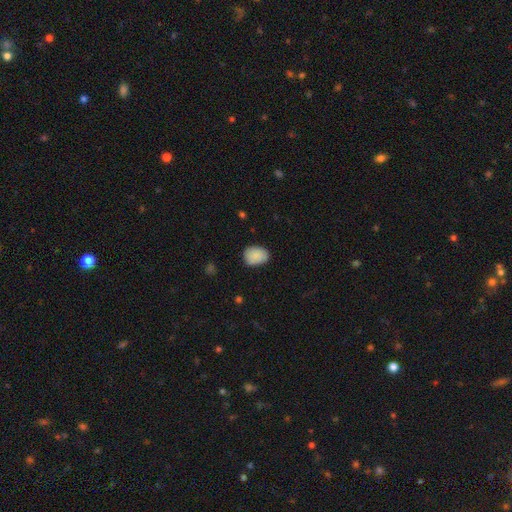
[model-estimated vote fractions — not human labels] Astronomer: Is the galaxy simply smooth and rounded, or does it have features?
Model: smooth — 87%.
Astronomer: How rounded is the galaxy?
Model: in between — 63%.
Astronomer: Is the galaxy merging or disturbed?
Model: none — 76%.